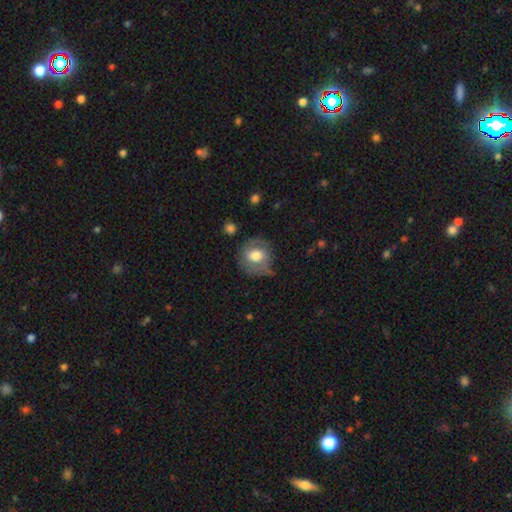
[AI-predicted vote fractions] smooth 58%, featured or disk 34%, star or artifact 7%. Down the decision tree: how rounded — round (79%); merging — none (66%).